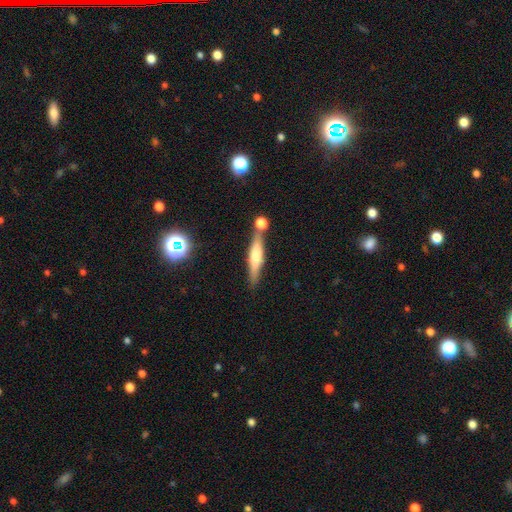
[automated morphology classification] smooth 48%, featured or disk 45%, star or artifact 7%. Down the decision tree: merging — none (68%).